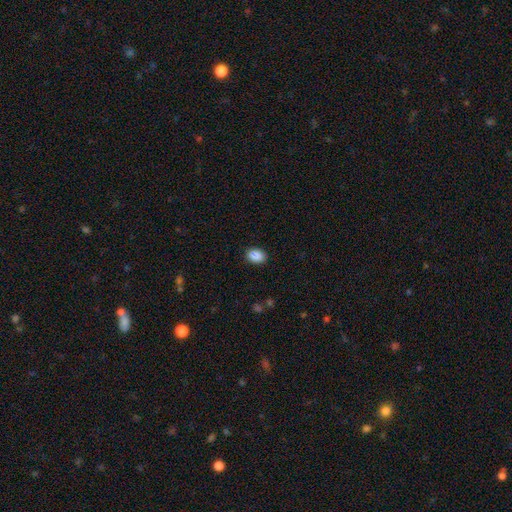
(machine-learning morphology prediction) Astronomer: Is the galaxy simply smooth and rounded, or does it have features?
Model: smooth — 89%.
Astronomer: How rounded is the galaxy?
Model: in between — 80%.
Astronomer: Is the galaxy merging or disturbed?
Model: none — 87%.